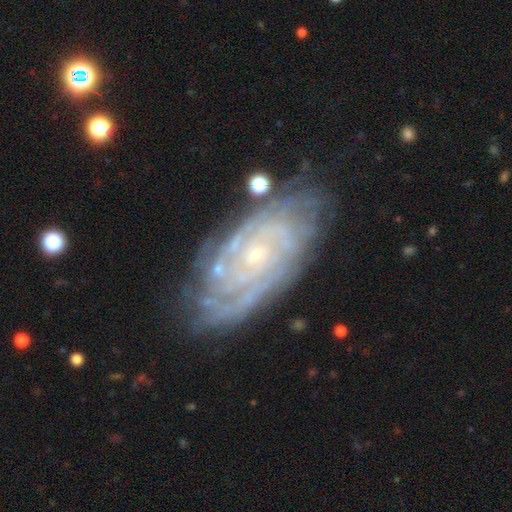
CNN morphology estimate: featured or disk 87%, smooth 7%, star or artifact 6%. Down the decision tree: edge-on disk — no (95%); bar — no (75%); spiral arms — yes (97%); spiral arm count — can't tell (32%); spiral winding — tight (78%); bulge size — small (81%); merging — none (75%).